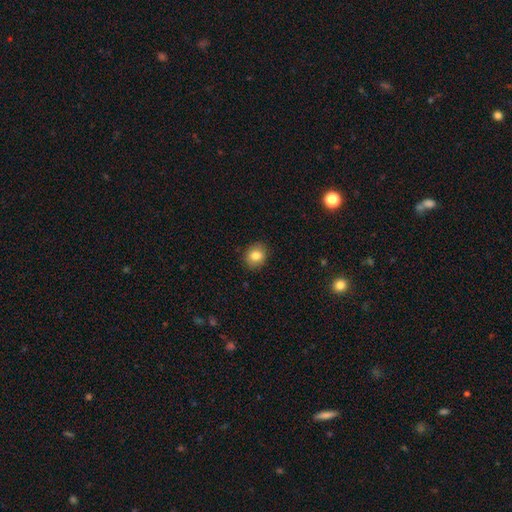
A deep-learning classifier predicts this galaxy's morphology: Smooth or featured: smooth — 82% (star or artifact — 10%)
How rounded: round — 70% (in between — 29%)
Merging: none — 89% (minor disturbance — 8%)